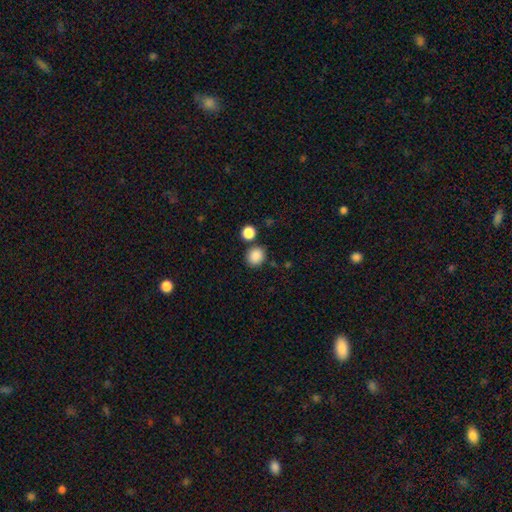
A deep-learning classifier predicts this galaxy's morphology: Smooth or featured? smooth (87%)
How rounded? round (77%)
Merging? none (79%)